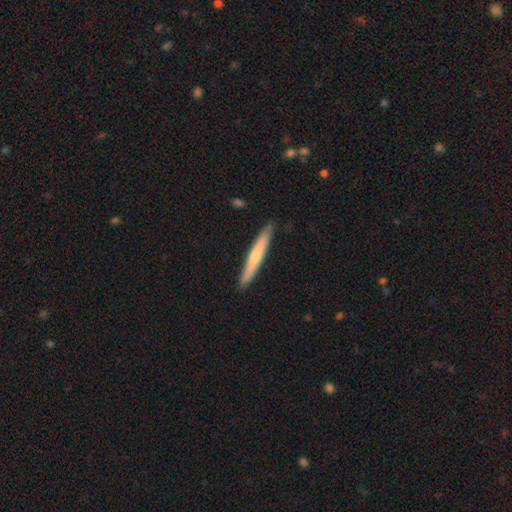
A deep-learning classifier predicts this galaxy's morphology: smooth_or_featured: smooth (p=0.59) [alt: featured or disk p=0.36]
how_rounded: cigar-shaped (p=0.96) [alt: in between p=0.03]
merging: none (p=0.89) [alt: minor disturbance p=0.08]